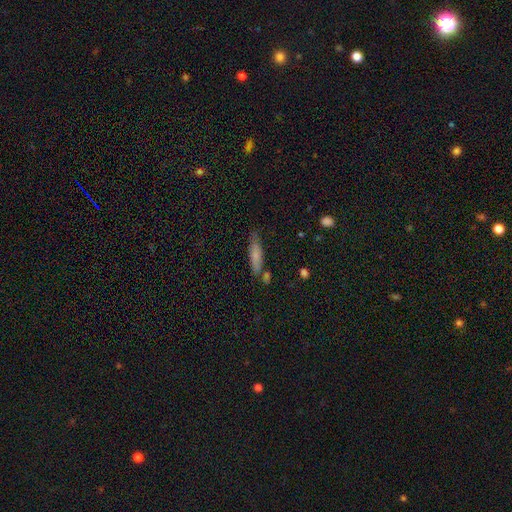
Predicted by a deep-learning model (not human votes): A smooth galaxy with no disk features (72%) that is cigar-shaped (76%). Merging: none (71%).